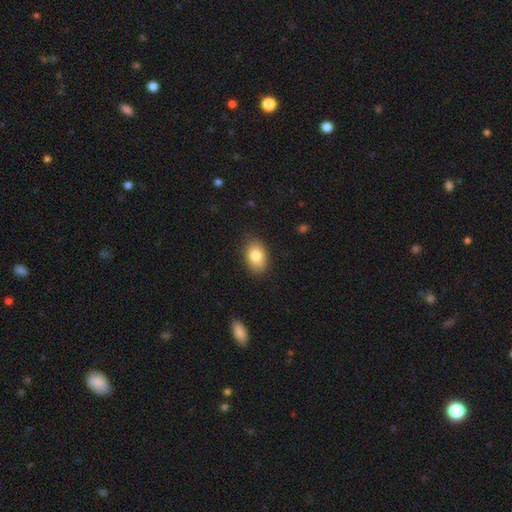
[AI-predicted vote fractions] smooth-or-featured: smooth: 82% | featured or disk: 10% | star or artifact: 8%
  how-rounded: in between: 84% | round: 15% | cigar-shaped: 1%
  merging: none: 86% | minor disturbance: 11% | major disturbance: 2% | merger: 1%